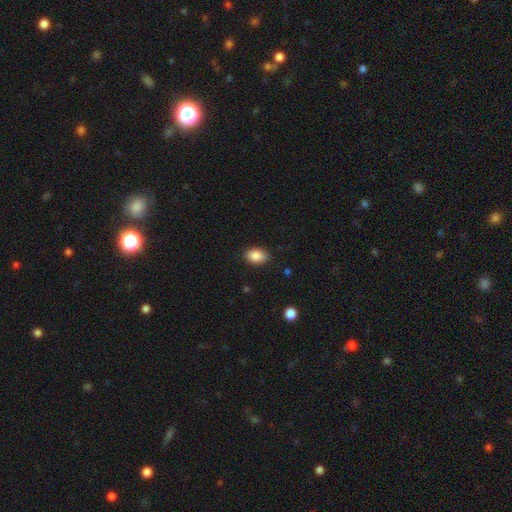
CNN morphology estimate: The model was most divided on "how rounded": in between: 83%, round: 16%, cigar-shaped: 1%. More confident: smooth or featured — smooth (88%); merging — none (86%).